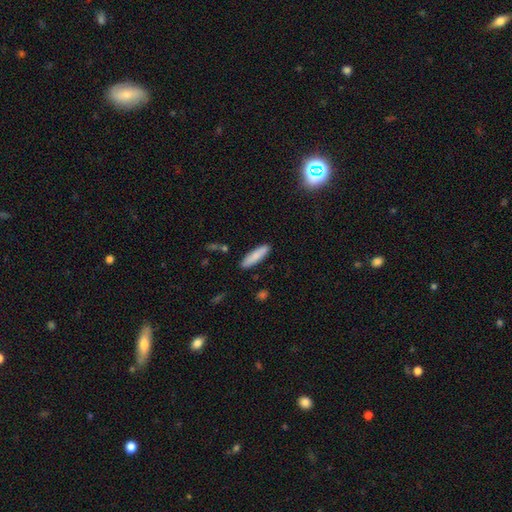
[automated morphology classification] A smooth galaxy with no disk features (82%) that is cigar-shaped (71%).

Vote fractions:
- Smooth or featured? smooth: 82% / featured or disk: 12% / star or artifact: 6%
- How rounded? cigar-shaped: 71% / in between: 27% / round: 1%
- Merging? none: 88% / minor disturbance: 8% / merger: 2% / major disturbance: 2%